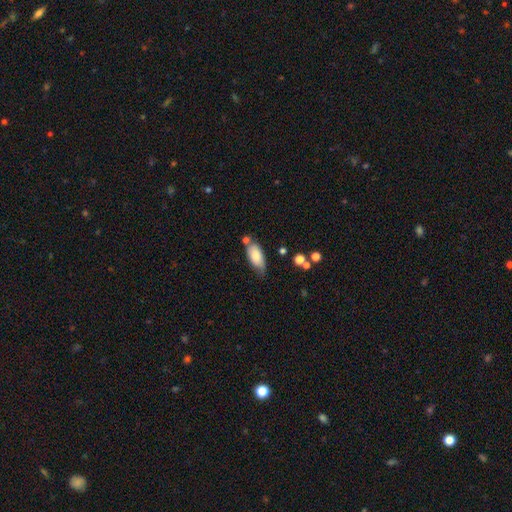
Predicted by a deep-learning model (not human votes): Smooth or featured?
  - smooth: 80% *
  - featured or disk: 13%
  - star or artifact: 7%
How rounded?
  - in between: 88% *
  - cigar-shaped: 9%
  - round: 2%
Merging?
  - none: 55% *
  - minor disturbance: 29%
  - merger: 11%
  - major disturbance: 6%